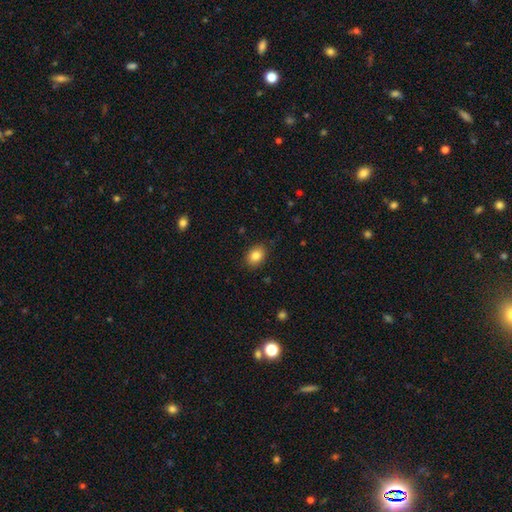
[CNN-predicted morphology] smooth_or_featured: smooth (p=0.84) [alt: star or artifact p=0.09]
how_rounded: in between (p=0.68) [alt: round p=0.31]
merging: none (p=0.85) [alt: minor disturbance p=0.11]